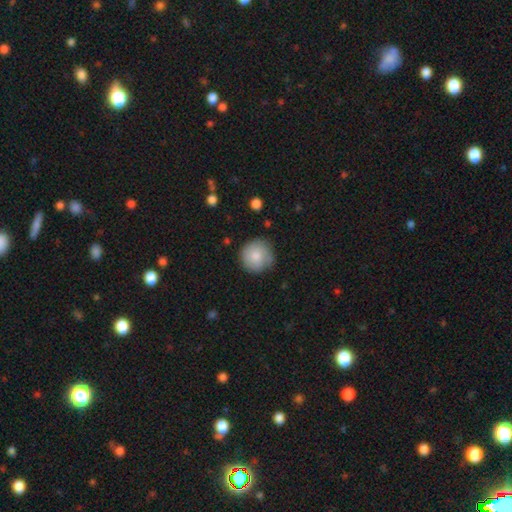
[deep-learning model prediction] This is likely a smooth galaxy (79%). How rounded: clearly round (94%). Merging: likely none (75%).